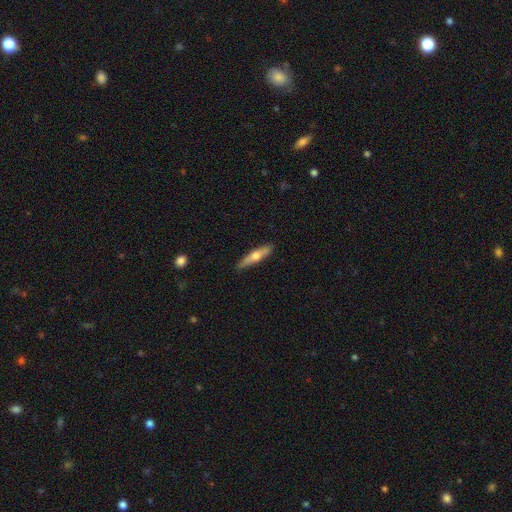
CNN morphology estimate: Overall: featured or disk (47%, tied with smooth). Merging: none (87%).